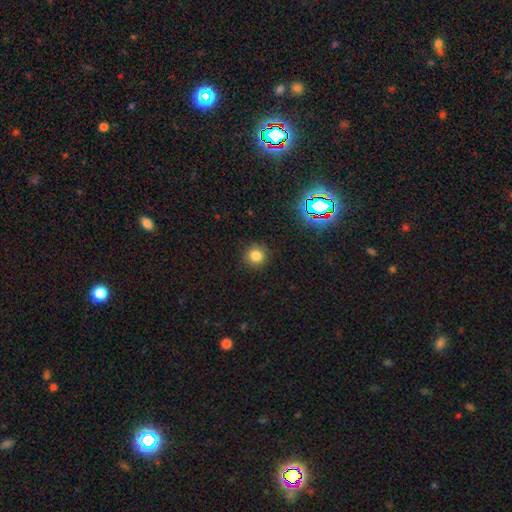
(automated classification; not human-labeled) A smooth galaxy with no disk features (79%) that is round (93%). Merging: none (90%).